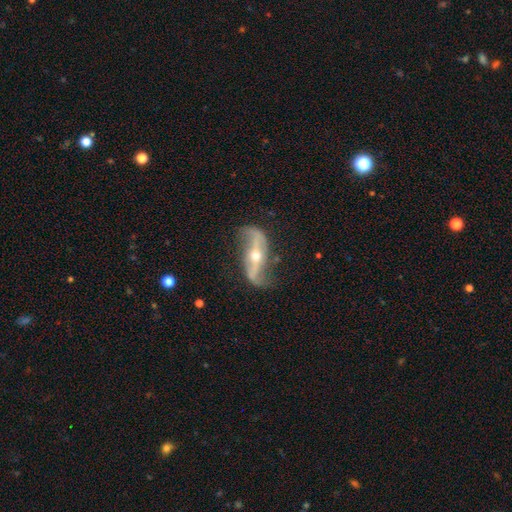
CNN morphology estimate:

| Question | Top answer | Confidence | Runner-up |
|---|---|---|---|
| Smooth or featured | featured or disk | 89% | smooth (6%) |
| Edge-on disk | no | 87% | yes (13%) |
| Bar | strong | 51% | no (28%) |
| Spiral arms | yes | 94% | no (6%) |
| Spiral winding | loose | 82% | medium (12%) |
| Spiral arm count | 2 | 93% | can't tell (2%) |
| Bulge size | moderate | 49% | small (47%) |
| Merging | none | 73% | minor disturbance (17%) |